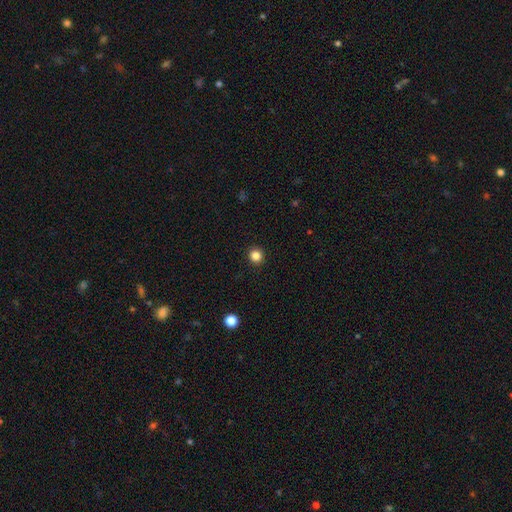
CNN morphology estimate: This appears to be a smooth galaxy with no disk features (84%) that is round (94%). Merging: none (93%).